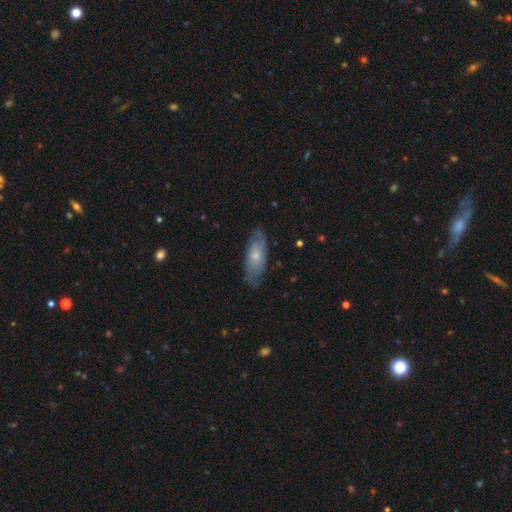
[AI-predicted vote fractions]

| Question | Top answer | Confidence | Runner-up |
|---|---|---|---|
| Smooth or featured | smooth | 50% | featured or disk (44%) |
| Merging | none | 75% | minor disturbance (20%) |